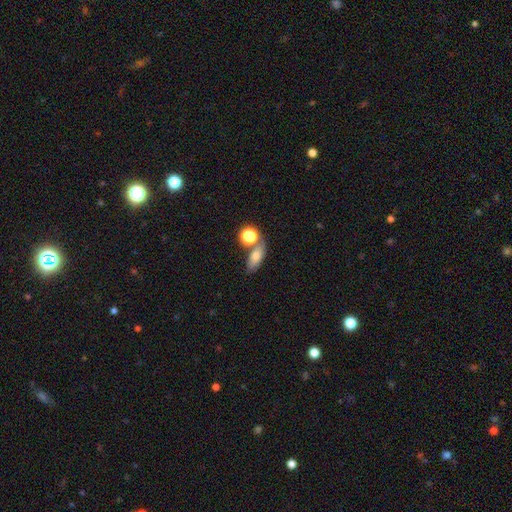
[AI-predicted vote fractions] Smooth or featured? Predicted: smooth (p=0.71). How rounded? Predicted: in between (p=0.74). Merging? Predicted: none (p=0.57).